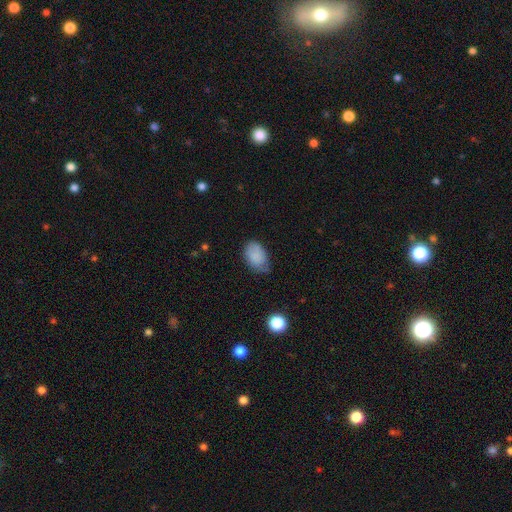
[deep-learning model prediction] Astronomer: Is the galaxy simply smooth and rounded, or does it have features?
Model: smooth — 83%.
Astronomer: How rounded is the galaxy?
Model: in between — 88%.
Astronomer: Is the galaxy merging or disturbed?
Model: none — 55% (runner-up: minor disturbance, 35%).